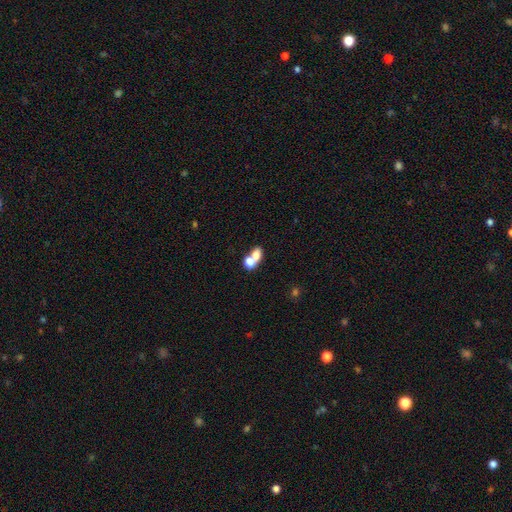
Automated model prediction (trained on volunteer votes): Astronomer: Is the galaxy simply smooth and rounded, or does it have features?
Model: smooth — 71%.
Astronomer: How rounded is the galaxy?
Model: in between — 61% (runner-up: round, 37%).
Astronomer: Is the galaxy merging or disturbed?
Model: merger — 59%.